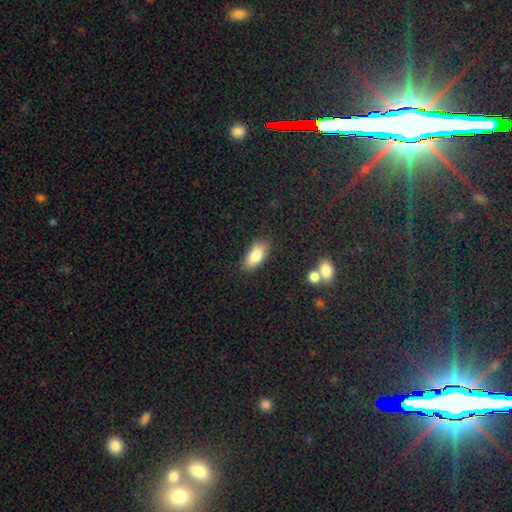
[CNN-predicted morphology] The model was most divided on "merging": none: 77%, minor disturbance: 15%, merger: 4%, major disturbance: 4%. More confident: how rounded — in between (87%); smooth or featured — smooth (84%).